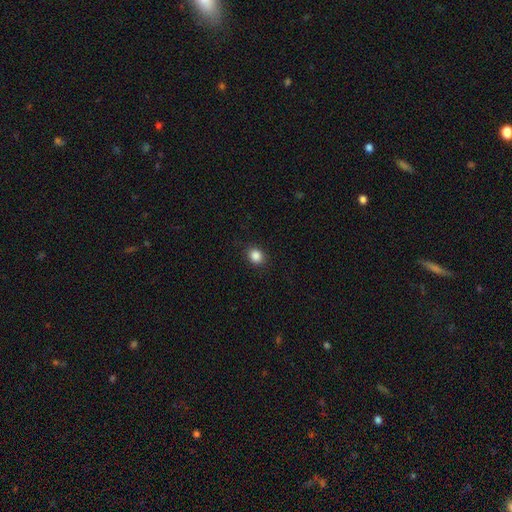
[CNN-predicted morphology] This is clearly a smooth galaxy (87%). How rounded: likely round (65%). Merging: clearly none (89%).